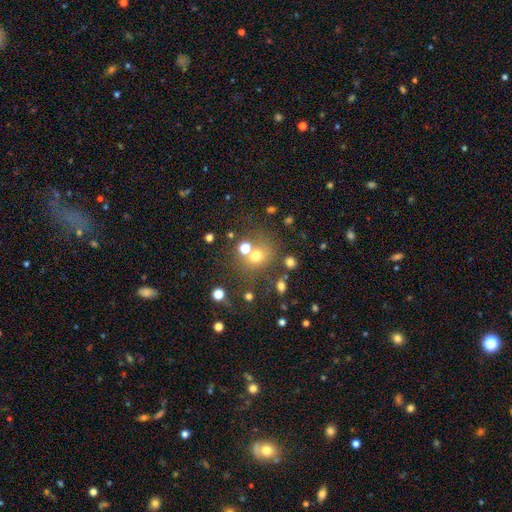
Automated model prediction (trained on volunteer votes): This appears to be a smooth galaxy with no disk features (66%) that is round (80%). Merging: none (62%).